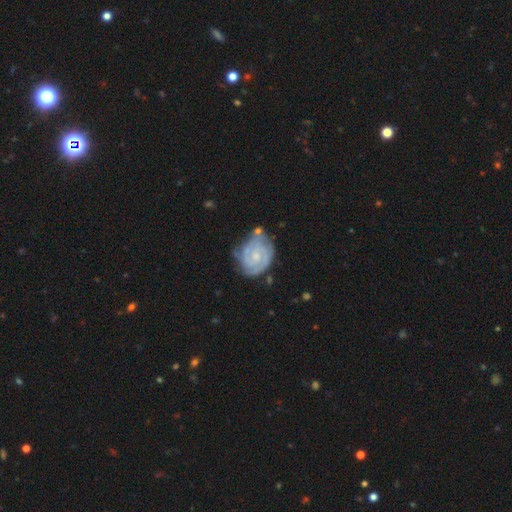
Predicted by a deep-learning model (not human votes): Smooth or featured: featured or disk — 78% (smooth — 17%)
Edge-on disk: no — 98% (yes — 2%)
Bar: no — 67% (weak — 29%)
Spiral arms: yes — 92% (no — 8%)
Spiral winding: tight — 72% (medium — 23%)
Spiral arm count: 2 — 39% (can't tell — 32%)
Bulge size: small — 57% (moderate — 32%)
Merging: none — 55% (minor disturbance — 27%)